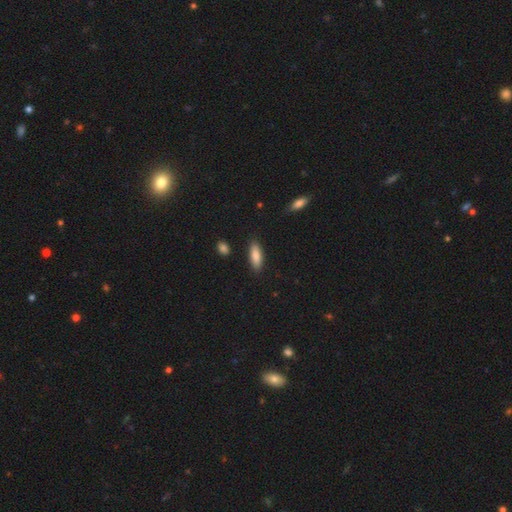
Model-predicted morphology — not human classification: This is clearly a smooth galaxy (85%). How rounded: likely in between (63%). Merging: clearly none (87%).